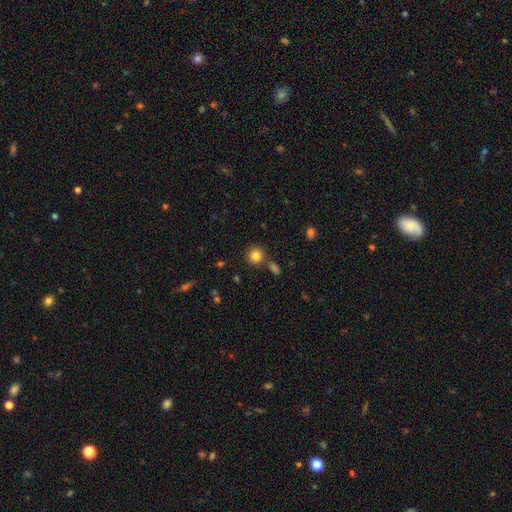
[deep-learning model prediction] This appears to be a smooth galaxy with no disk features (83%) that is round (88%). Merging: none (77%).